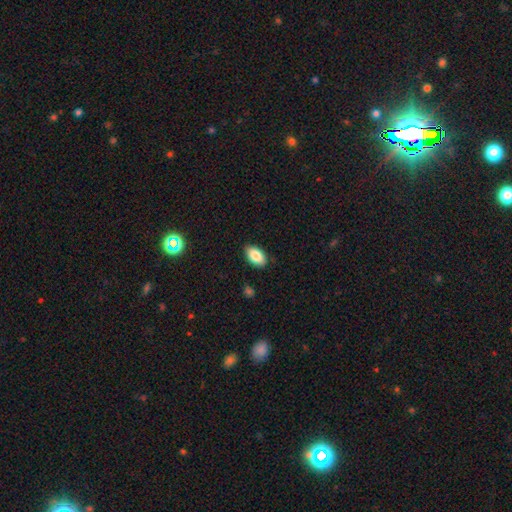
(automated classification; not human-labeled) Overall: smooth (86%). How rounded: in between (94%). Merging: none (86%).